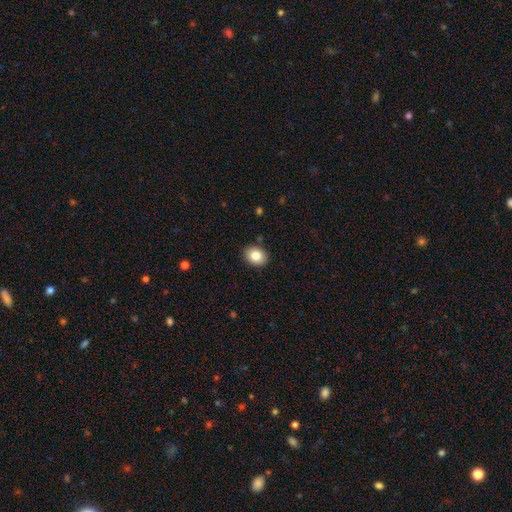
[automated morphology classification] Smooth or featured? Predicted: smooth (p=0.83). How rounded? Predicted: in between (p=0.58). Merging? Predicted: none (p=0.89).